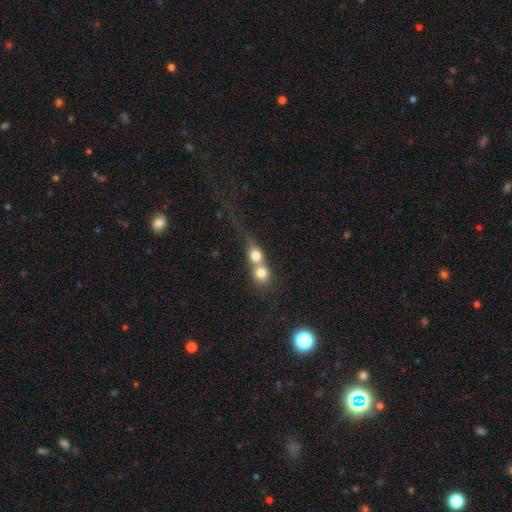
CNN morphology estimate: smooth_or_featured: smooth (p=0.70) [alt: featured or disk p=0.19]
how_rounded: round (p=0.75) [alt: in between p=0.21]
merging: merger (p=0.75) [alt: none p=0.18]